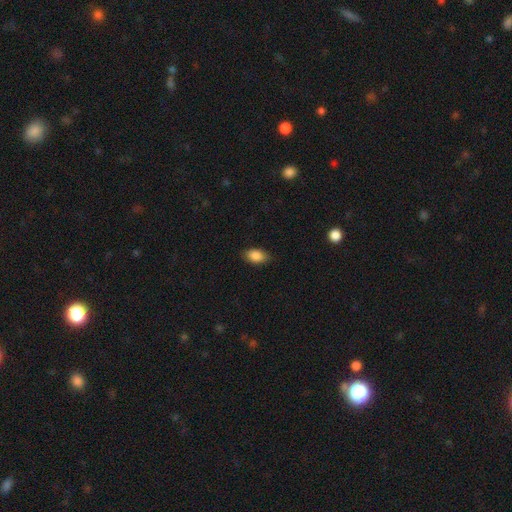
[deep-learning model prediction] Smooth or featured?
  - smooth: 88% *
  - star or artifact: 7%
  - featured or disk: 5%
How rounded?
  - in between: 91% *
  - round: 7%
  - cigar-shaped: 2%
Merging?
  - none: 84% *
  - minor disturbance: 12%
  - major disturbance: 3%
  - merger: 1%